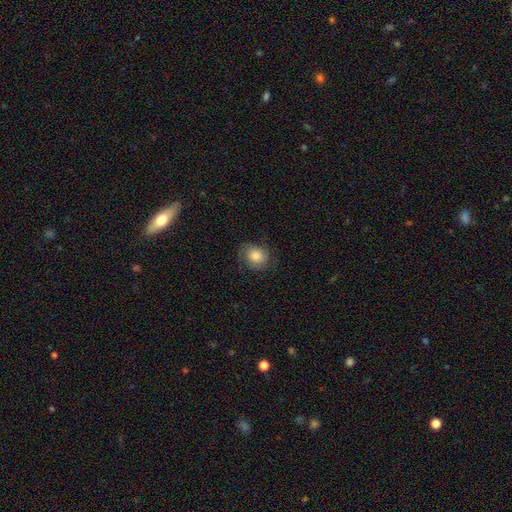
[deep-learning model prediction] Q: Smooth or featured?
A: smooth (75%); runner-up: featured or disk (17%)
Q: How rounded?
A: round (61%); runner-up: in between (39%)
Q: Merging?
A: none (74%); runner-up: minor disturbance (18%)